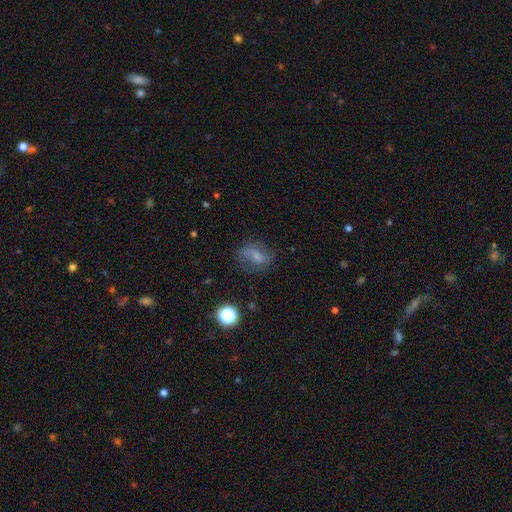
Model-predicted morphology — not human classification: type=smooth (51%); roundness=in between (62%); merging=none (55%).